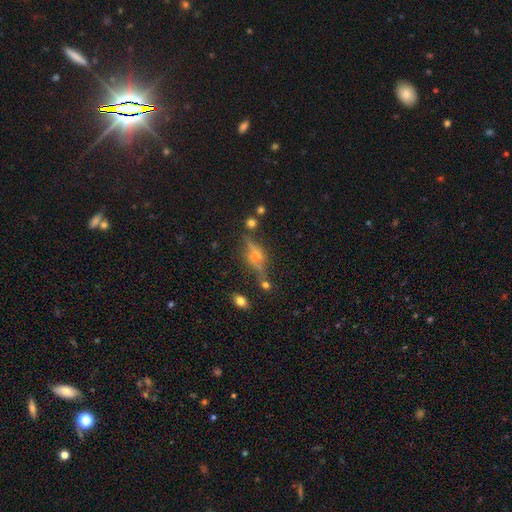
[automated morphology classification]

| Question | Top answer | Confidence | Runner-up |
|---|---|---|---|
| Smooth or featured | featured or disk | 67% | star or artifact (17%) |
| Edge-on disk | yes | 90% | no (10%) |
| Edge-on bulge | rounded | 89% | boxy (7%) |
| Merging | none | 74% | minor disturbance (14%) |